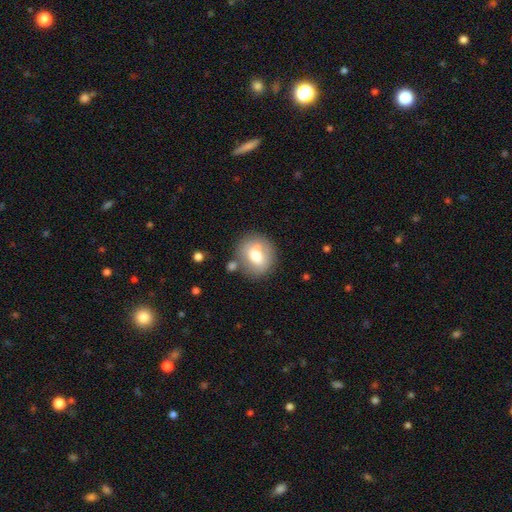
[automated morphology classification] Q: Smooth or featured?
A: smooth (68%); runner-up: featured or disk (24%)
Q: How rounded?
A: round (74%); runner-up: in between (25%)
Q: Merging?
A: none (64%); runner-up: merger (16%)